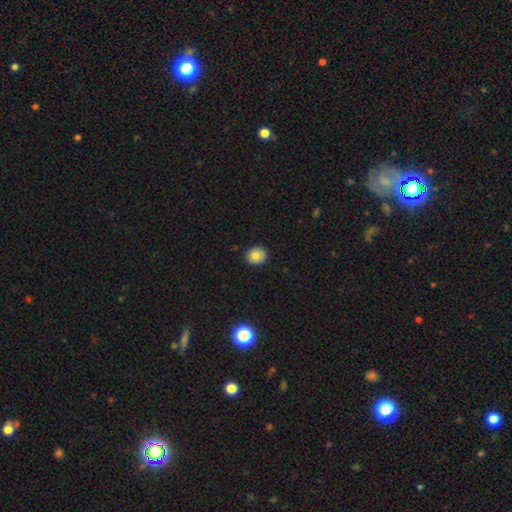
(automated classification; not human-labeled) Smooth or featured? smooth (80%)
How rounded? round (79%)
Merging? none (89%)